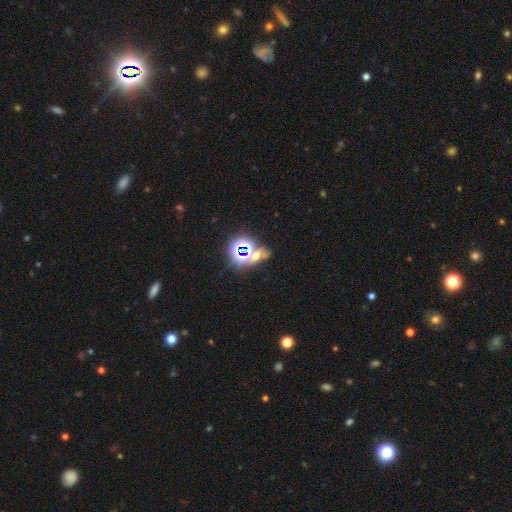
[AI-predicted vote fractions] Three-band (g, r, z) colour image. It shows a star or artifact, not a galaxy (66%).